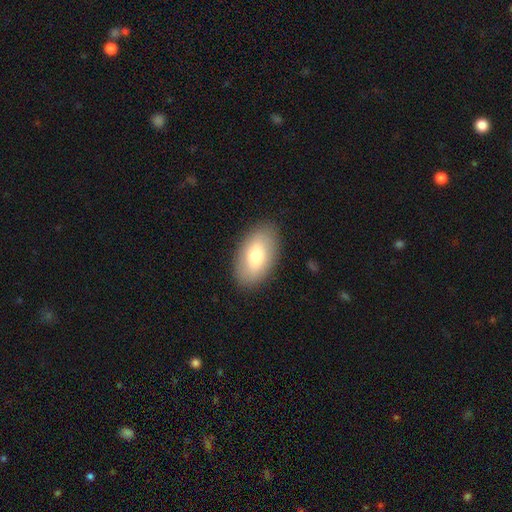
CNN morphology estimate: This is likely a smooth galaxy (73%). How rounded: clearly in between (94%). Merging: clearly none (87%).